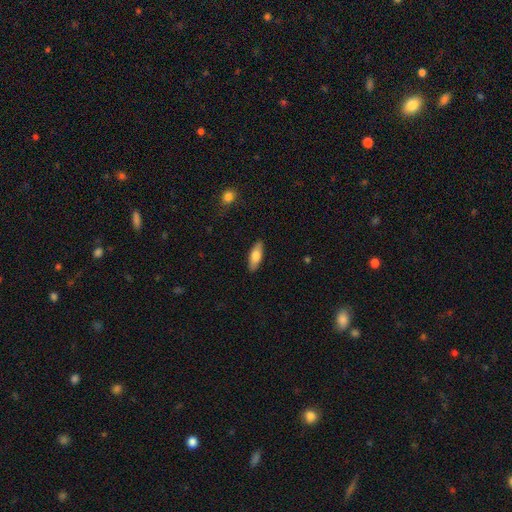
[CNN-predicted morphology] The model was most divided on "how rounded": in between: 69%, cigar-shaped: 29%, round: 2%. More confident: merging — none (88%); smooth or featured — smooth (74%).